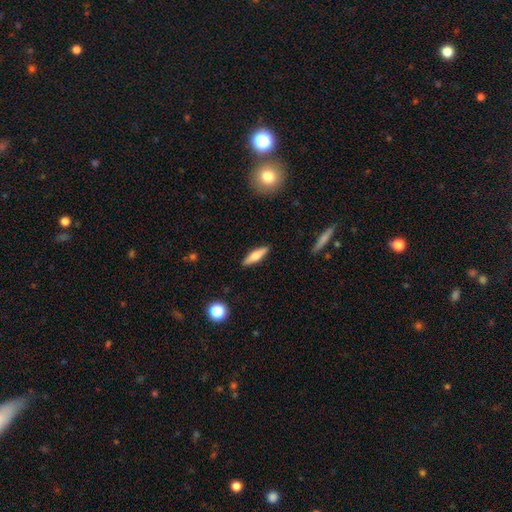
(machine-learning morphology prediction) Q: Smooth or featured?
A: smooth (65%); runner-up: featured or disk (29%)
Q: How rounded?
A: cigar-shaped (66%); runner-up: in between (32%)
Q: Merging?
A: none (89%); runner-up: minor disturbance (8%)